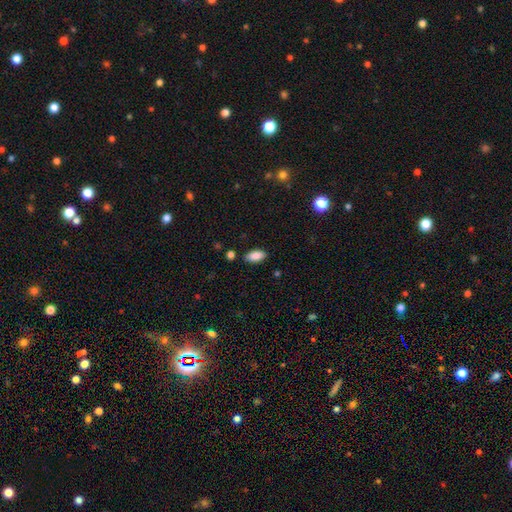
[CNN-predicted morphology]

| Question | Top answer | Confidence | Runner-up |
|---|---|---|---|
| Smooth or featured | smooth | 87% | star or artifact (7%) |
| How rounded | in between | 91% | cigar-shaped (6%) |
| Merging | none | 85% | minor disturbance (11%) |